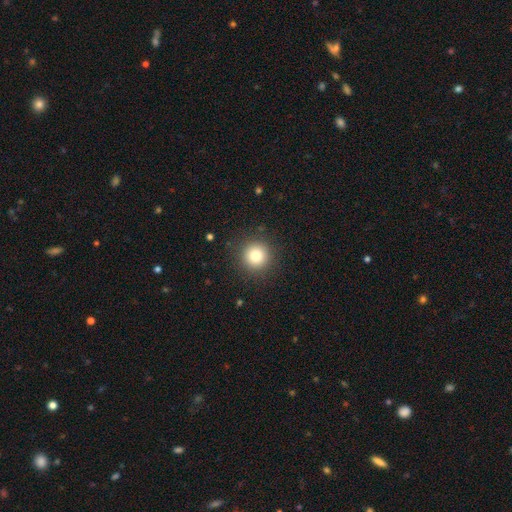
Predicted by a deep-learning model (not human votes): Smooth or featured? Predicted: smooth (p=0.81). How rounded? Predicted: round (p=0.95). Merging? Predicted: none (p=0.90).